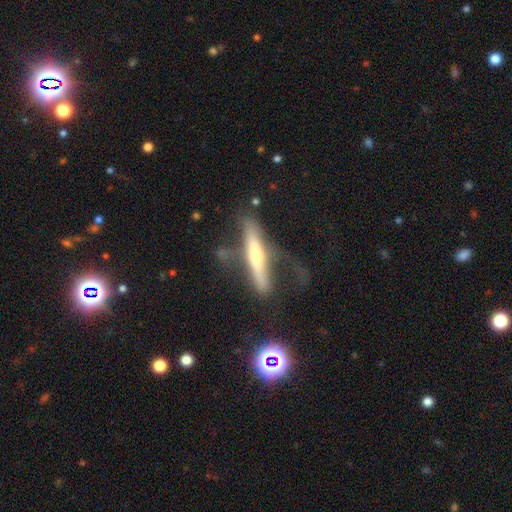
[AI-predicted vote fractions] Smooth or featured? featured or disk (59%)
Edge-on disk? yes (81%)
Merging? none (37%)